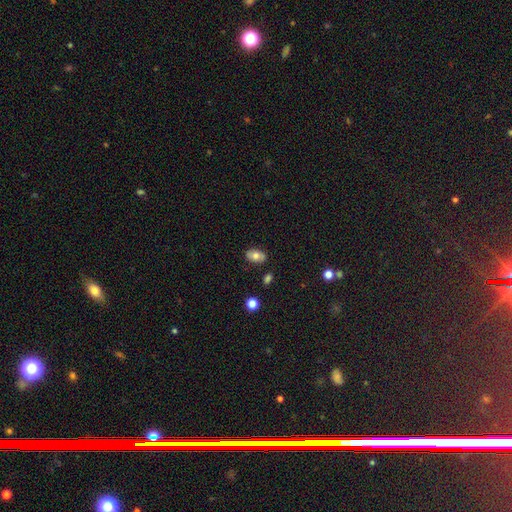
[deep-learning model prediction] smooth-or-featured: smooth: 69% | featured or disk: 23% | star or artifact: 9%
  how-rounded: in between: 88% | round: 10% | cigar-shaped: 2%
  merging: none: 82% | minor disturbance: 13% | major disturbance: 3% | merger: 3%